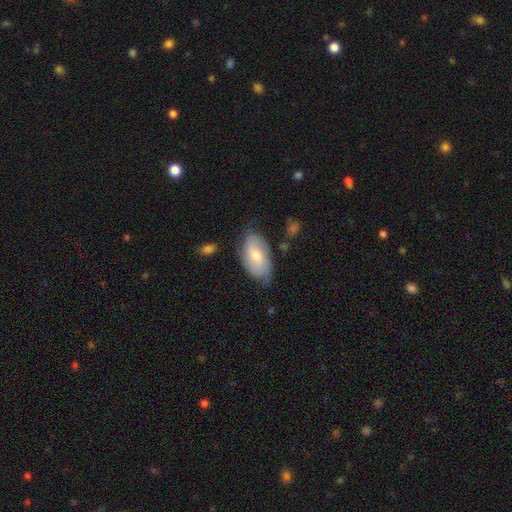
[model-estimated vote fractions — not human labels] This appears to be a smooth galaxy with no disk features (54%) that is in between round and cigar-shaped (93%). Merging: none (62%).